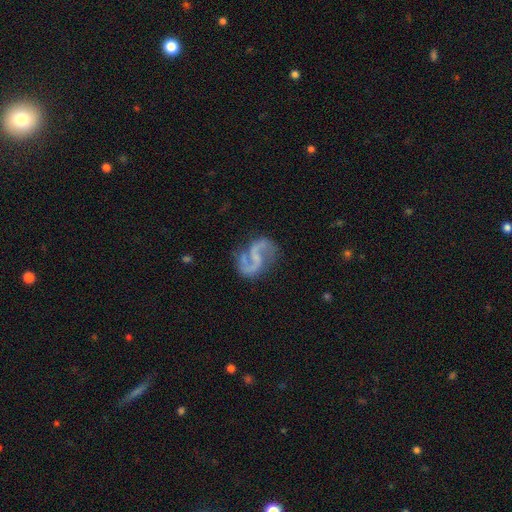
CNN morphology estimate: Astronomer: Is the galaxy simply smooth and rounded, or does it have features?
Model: featured or disk — 90%.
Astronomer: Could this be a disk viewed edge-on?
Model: no — 99%.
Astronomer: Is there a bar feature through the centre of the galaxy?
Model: weak — 46% (runner-up: no, 37%).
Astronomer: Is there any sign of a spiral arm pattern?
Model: yes — 97%.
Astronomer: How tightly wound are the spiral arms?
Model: loose — 55% (runner-up: medium, 38%).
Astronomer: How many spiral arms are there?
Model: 2 — 93%.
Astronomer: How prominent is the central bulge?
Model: none — 54% (runner-up: small, 33%).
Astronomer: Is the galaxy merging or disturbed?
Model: none — 73%.